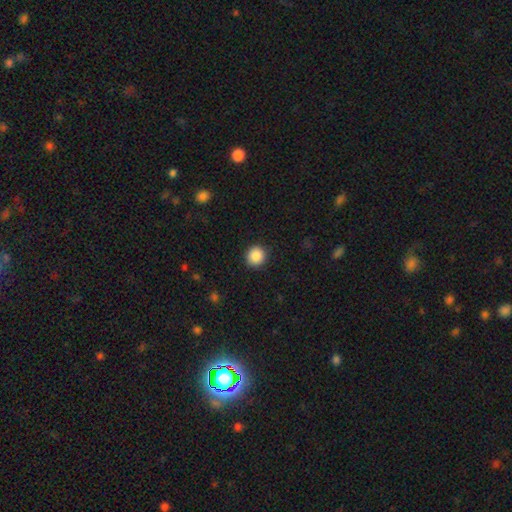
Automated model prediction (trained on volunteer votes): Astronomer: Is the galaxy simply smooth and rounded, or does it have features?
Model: smooth — 88%.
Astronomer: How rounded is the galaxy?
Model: round — 93%.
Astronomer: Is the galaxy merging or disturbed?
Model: none — 91%.